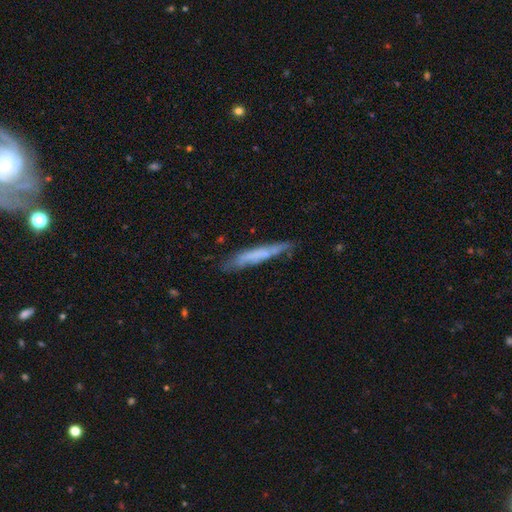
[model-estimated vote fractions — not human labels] smooth_or_featured: smooth (p=0.50) [alt: featured or disk p=0.42]
how_rounded: cigar-shaped (p=0.93) [alt: in between p=0.05]
merging: none (p=0.71) [alt: minor disturbance p=0.22]